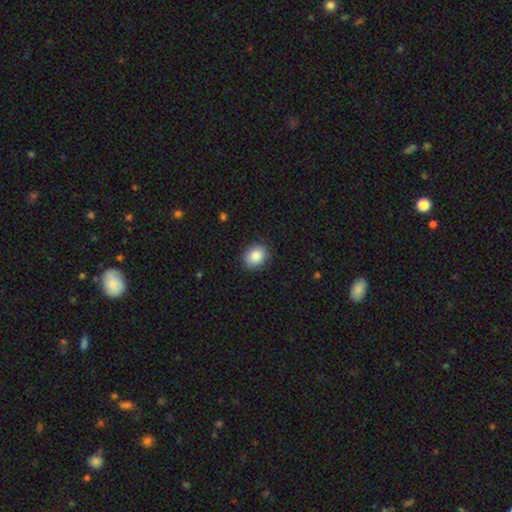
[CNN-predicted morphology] type=smooth (87%); roundness=round (60%); merging=none (89%).